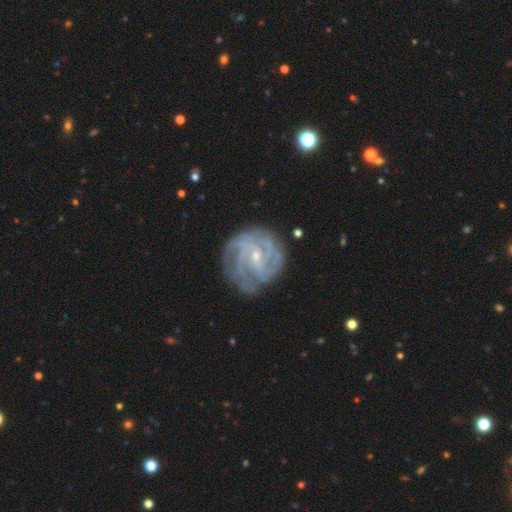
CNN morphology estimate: smooth_or_featured: featured or disk (p=0.86) [alt: smooth p=0.08]
disk_edge_on: no (p=0.97) [alt: yes p=0.03]
bar: no (p=0.44) [tied with: weak p=0.44]
has_spiral_arms: yes (p=0.96) [alt: no p=0.04]
spiral_winding: tight (p=0.58) [alt: medium p=0.34]
spiral_arm_count: 4 (p=0.28) [alt: can't tell p=0.24]
bulge_size: small (p=0.76) [alt: moderate p=0.19]
merging: none (p=0.77) [alt: minor disturbance p=0.16]